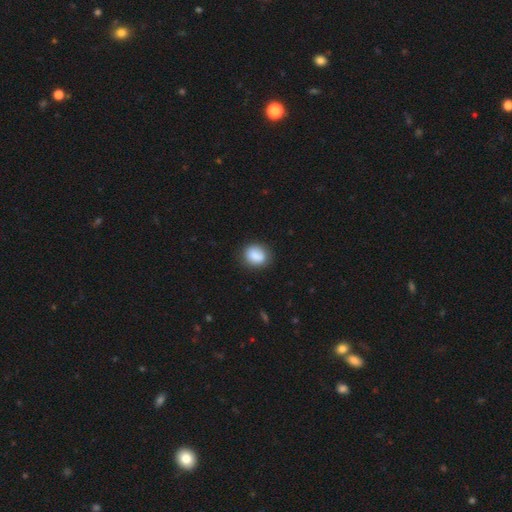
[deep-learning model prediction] This is clearly a smooth galaxy (86%). How rounded: possibly round (59%). Merging: clearly none (81%).